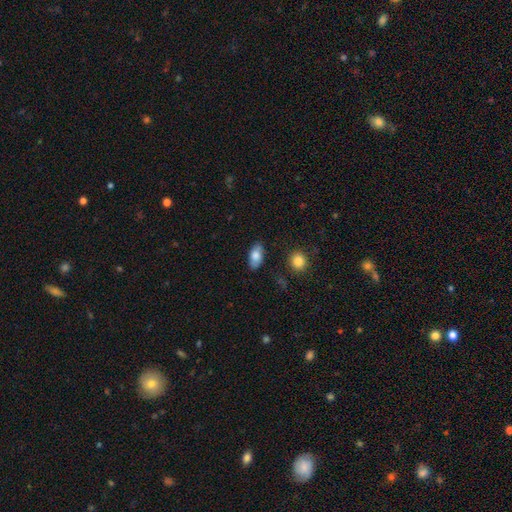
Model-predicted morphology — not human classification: smooth 79%, featured or disk 14%, star or artifact 7%. Down the decision tree: how rounded — in between (90%); merging — none (80%).